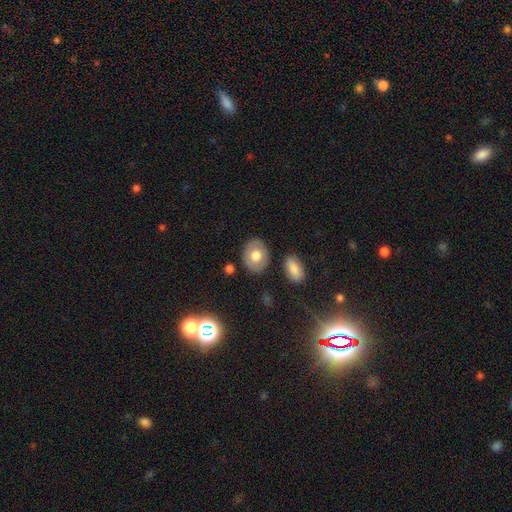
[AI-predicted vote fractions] Smooth or featured: smooth — 70% (featured or disk — 23%)
How rounded: in between — 63% (round — 36%)
Merging: none — 83% (minor disturbance — 11%)